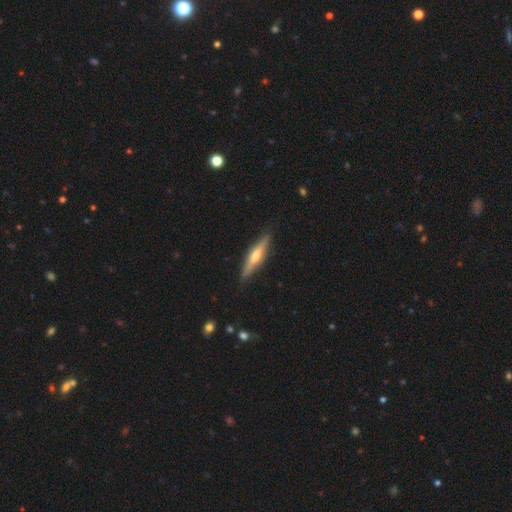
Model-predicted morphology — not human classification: This is likely a featured or disk galaxy (63%). It is clearly viewed edge-on (96%). Edge-on bulge: clearly rounded (87%). Merging: clearly none (89%).